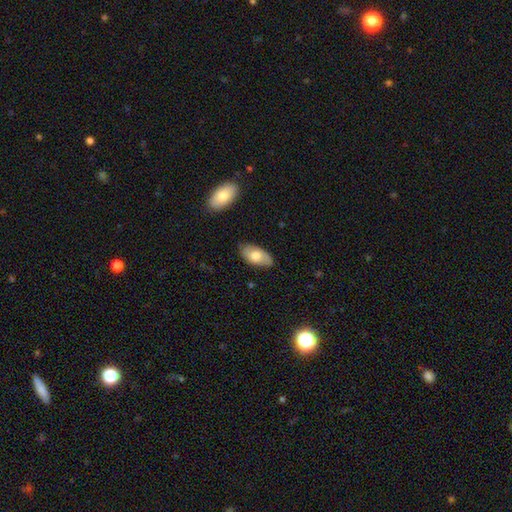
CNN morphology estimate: A smooth galaxy with no disk features (67%) that is in between round and cigar-shaped (94%). Merging: none (79%).